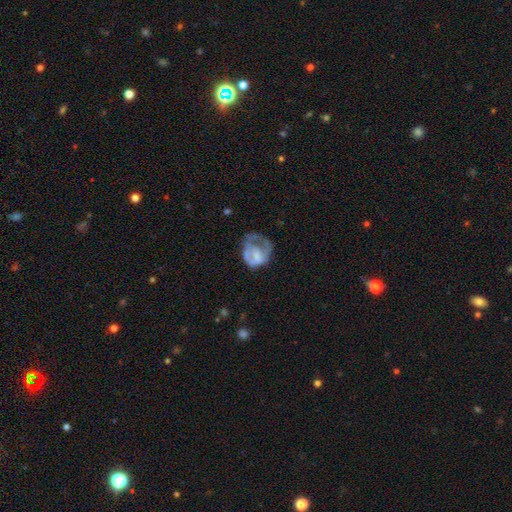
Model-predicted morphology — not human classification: A featured or disk galaxy (48%). Merging: major disturbance (44%).